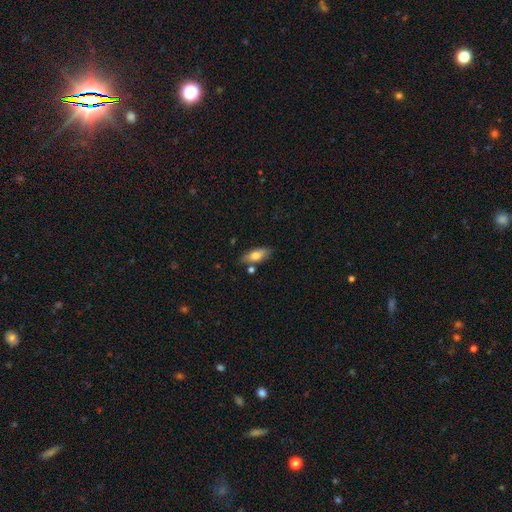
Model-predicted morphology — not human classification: smooth_or_featured: smooth (p=0.73) [alt: featured or disk p=0.20]
how_rounded: in between (p=0.80) [alt: cigar-shaped p=0.17]
merging: none (p=0.76) [alt: minor disturbance p=0.14]